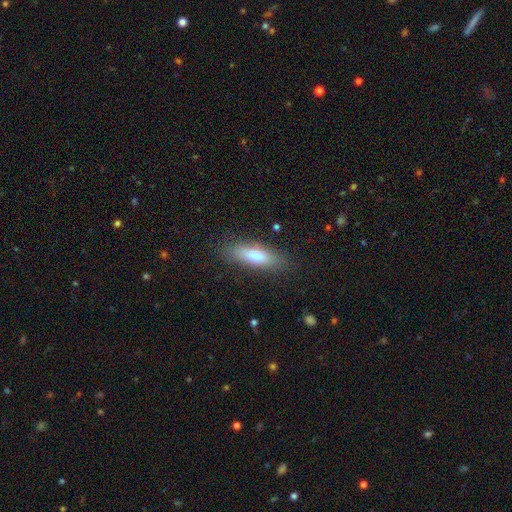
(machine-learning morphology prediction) A smooth galaxy with no disk features (74%) that is cigar-shaped (50%).

Vote fractions:
- Smooth or featured? smooth: 74% / featured or disk: 19% / star or artifact: 7%
- How rounded? cigar-shaped: 50% / in between: 48% / round: 2%
- Merging? none: 85% / minor disturbance: 11% / major disturbance: 3% / merger: 1%